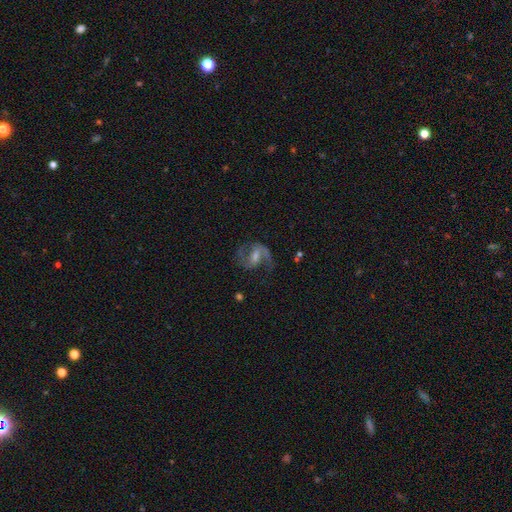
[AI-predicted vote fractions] smooth-or-featured: featured or disk: 82% | smooth: 11% | star or artifact: 7%
  disk-edge-on: no: 98% | yes: 2%
    bar: weak: 53% | strong: 29% | no: 19%
    has-spiral-arms: yes: 95% | no: 5%
      spiral-winding: medium: 53% | loose: 34% | tight: 12%
      spiral-arm-count: 2: 84% | 1: 9% | can't tell: 4% | 3: 1% | 4: 1% | more than 4: 1%
    bulge-size: moderate: 43% | small: 32% | none: 14% | large: 10% | dominant: 1%
  merging: none: 64% | major disturbance: 17% | minor disturbance: 16% | merger: 2%